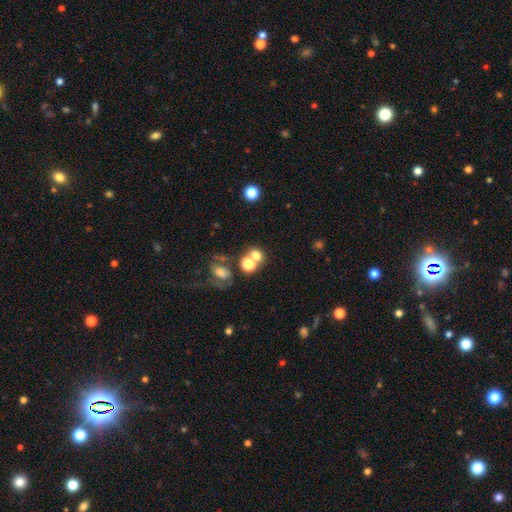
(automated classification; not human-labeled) The model was most divided on "merging": none: 44%, merger: 40%, minor disturbance: 10%, major disturbance: 6%. More confident: smooth or featured — smooth (69%); how rounded — round (62%).